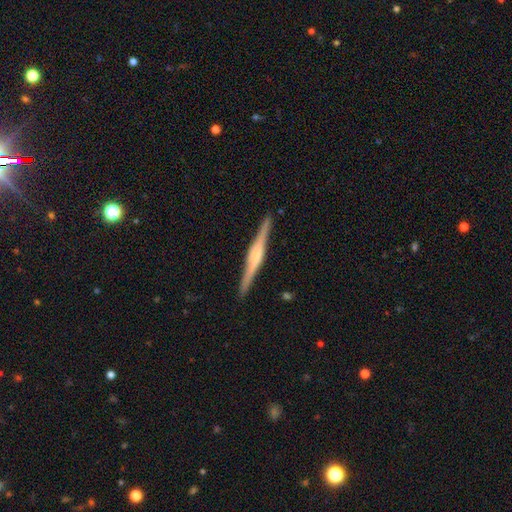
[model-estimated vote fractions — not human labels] featured or disk 79%, smooth 16%, star or artifact 5%. Down the decision tree: edge-on disk — yes (98%); edge-on bulge — rounded (48%); merging — none (90%).